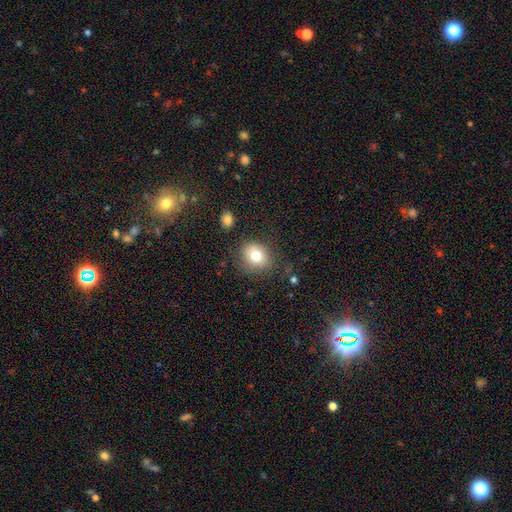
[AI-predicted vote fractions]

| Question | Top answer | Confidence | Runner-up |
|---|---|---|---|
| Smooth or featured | smooth | 78% | featured or disk (11%) |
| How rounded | round | 64% | in between (35%) |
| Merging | none | 78% | minor disturbance (14%) |